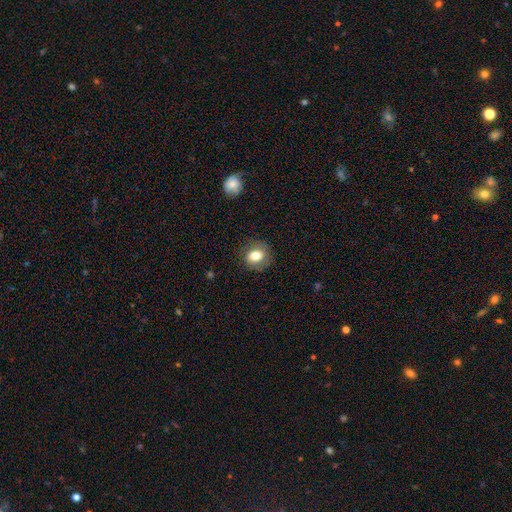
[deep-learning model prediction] This appears to be a smooth galaxy with no disk features (78%) that is round (63%). Merging: none (81%).